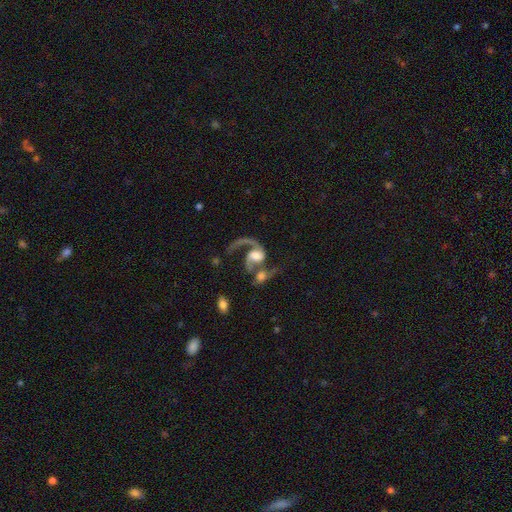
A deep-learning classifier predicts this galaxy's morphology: Smooth or featured?
  - featured or disk: 86% *
  - smooth: 9%
  - star or artifact: 6%
Edge-on disk?
  - no: 98% *
  - yes: 2%
Bar?
  - no: 50% *
  - weak: 37%
  - strong: 13%
Spiral arms?
  - yes: 95% *
  - no: 5%
Spiral winding?
  - loose: 59% *
  - medium: 34%
  - tight: 7%
Spiral arm count?
  - 2: 67% *
  - 1: 28%
  - can't tell: 2%
  - 3: 1%
  - 4: 1%
  - more than 4: 1%
Bulge size?
  - moderate: 41% *
  - large: 32%
  - small: 14%
  - none: 9%
  - dominant: 4%
Merging?
  - merger: 49% *
  - none: 23%
  - major disturbance: 20%
  - minor disturbance: 9%